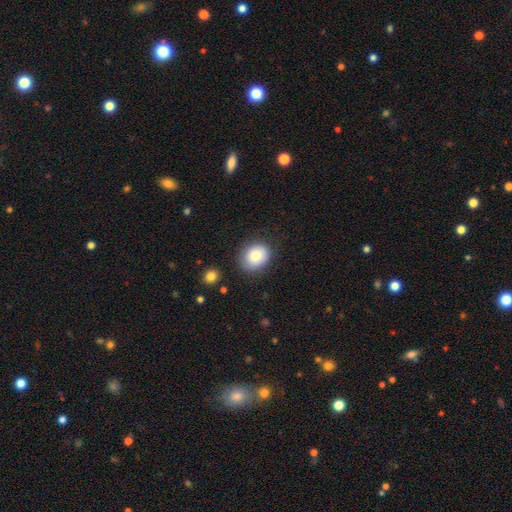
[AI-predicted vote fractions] Smooth or featured?
  - smooth: 80% *
  - featured or disk: 12%
  - star or artifact: 8%
How rounded?
  - round: 52% *
  - in between: 47%
  - cigar-shaped: 1%
Merging?
  - none: 80% *
  - minor disturbance: 14%
  - major disturbance: 4%
  - merger: 2%